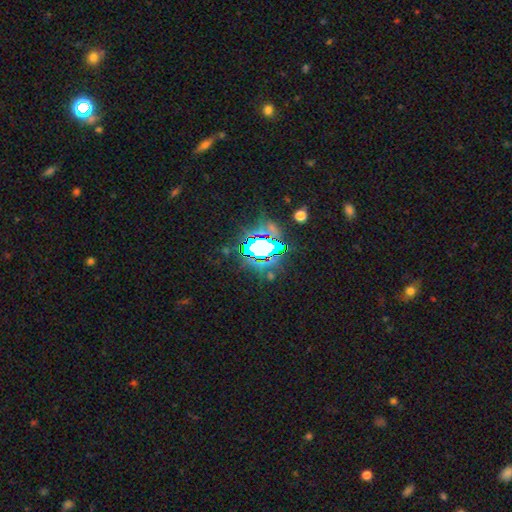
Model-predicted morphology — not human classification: A star or artifact, not a galaxy (70%).

Vote fractions:
- Smooth or featured? star or artifact: 70% / smooth: 17% / featured or disk: 12%